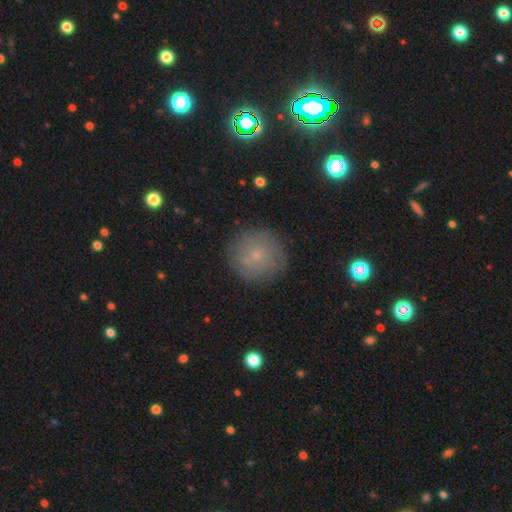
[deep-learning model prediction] smooth 57%, featured or disk 31%, star or artifact 12%. Down the decision tree: how rounded — round (94%); merging — none (82%).